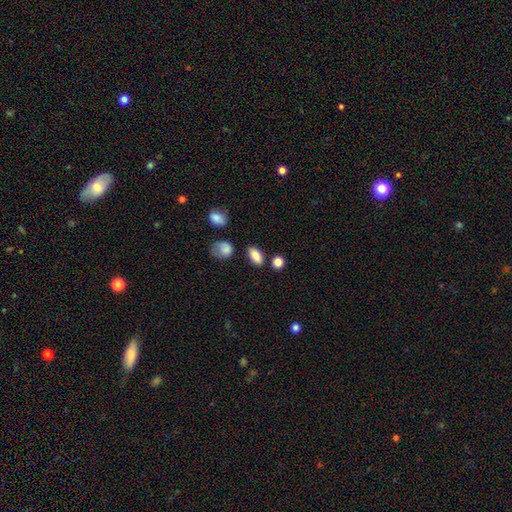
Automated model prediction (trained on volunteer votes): Smooth or featured: smooth — 87% (star or artifact — 8%)
How rounded: in between — 86% (round — 8%)
Merging: none — 82% (minor disturbance — 11%)